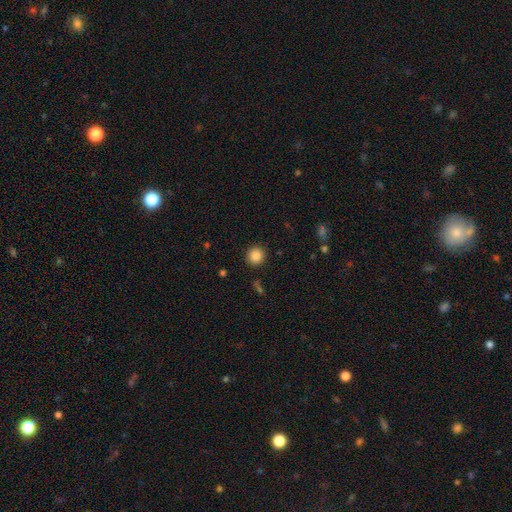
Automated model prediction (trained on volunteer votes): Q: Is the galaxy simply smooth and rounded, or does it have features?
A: smooth — 87%.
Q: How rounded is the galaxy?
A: round — 92%.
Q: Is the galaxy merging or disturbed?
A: none — 90%.